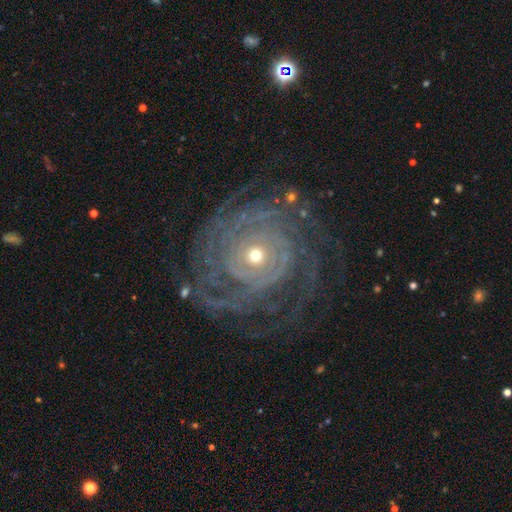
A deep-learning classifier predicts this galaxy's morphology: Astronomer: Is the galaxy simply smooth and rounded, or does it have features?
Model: featured or disk — 87%.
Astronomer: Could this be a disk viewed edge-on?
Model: no — 97%.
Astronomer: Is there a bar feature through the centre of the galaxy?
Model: no — 83%.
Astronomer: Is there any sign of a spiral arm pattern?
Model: yes — 95%.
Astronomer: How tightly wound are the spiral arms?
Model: tight — 78%.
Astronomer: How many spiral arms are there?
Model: can't tell — 28% (runner-up: more than 4, 20%).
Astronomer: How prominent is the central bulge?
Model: small — 61%.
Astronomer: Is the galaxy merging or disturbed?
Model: none — 71%.